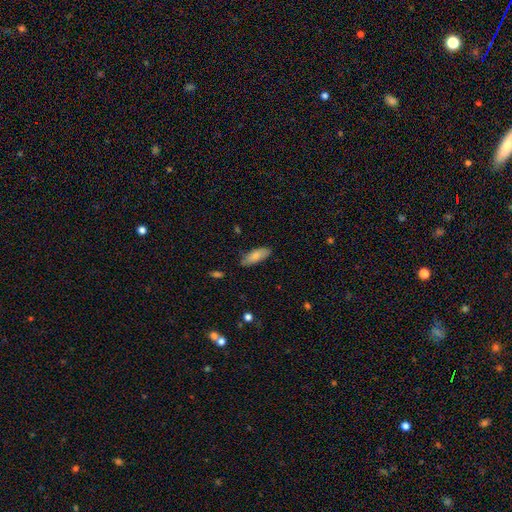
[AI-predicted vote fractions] smooth_or_featured: smooth (p=0.78) [alt: featured or disk p=0.16]
how_rounded: in between (p=0.74) [alt: cigar-shaped p=0.24]
merging: none (p=0.82) [alt: minor disturbance p=0.14]